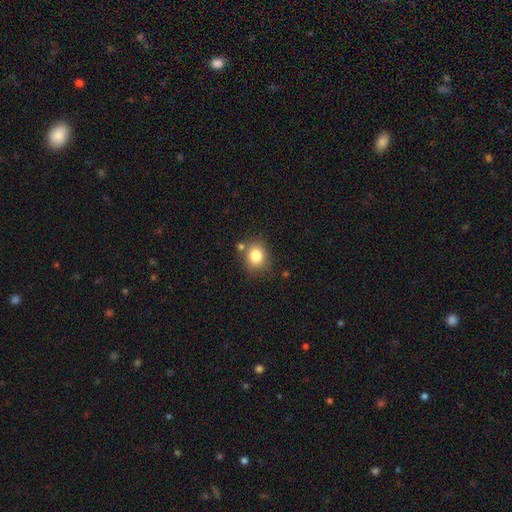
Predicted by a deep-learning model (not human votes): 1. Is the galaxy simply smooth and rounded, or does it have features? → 81% smooth, 11% star or artifact, 8% featured or disk.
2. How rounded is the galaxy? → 70% round, 29% in between, 1% cigar-shaped.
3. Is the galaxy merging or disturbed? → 73% none, 13% minor disturbance, 9% merger, 4% major disturbance.